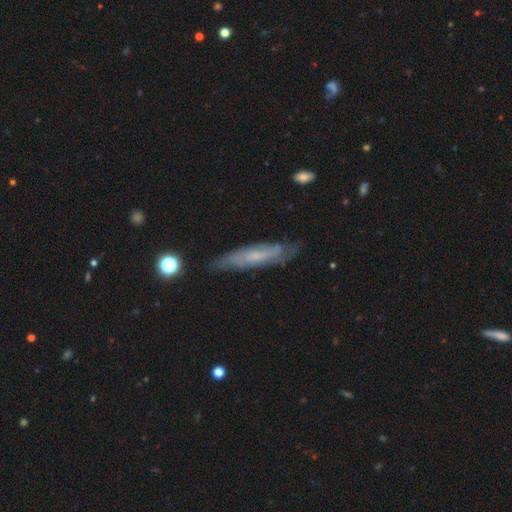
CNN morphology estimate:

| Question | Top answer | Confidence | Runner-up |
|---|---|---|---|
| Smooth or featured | featured or disk | 57% | smooth (35%) |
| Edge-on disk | no | 54% | yes (46%) |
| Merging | none | 76% | minor disturbance (18%) |